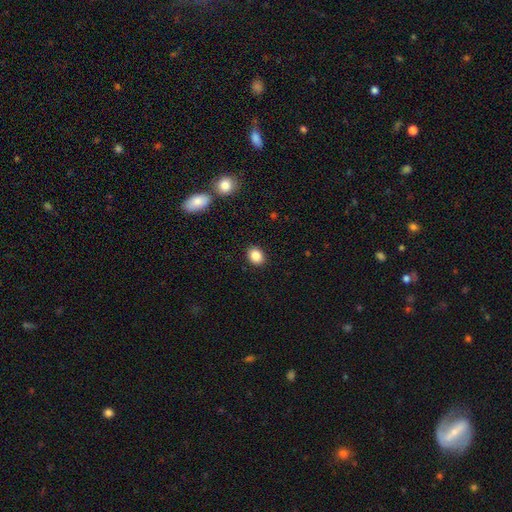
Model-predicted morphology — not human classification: Smooth or featured? smooth (86%)
How rounded? in between (58%)
Merging? none (91%)